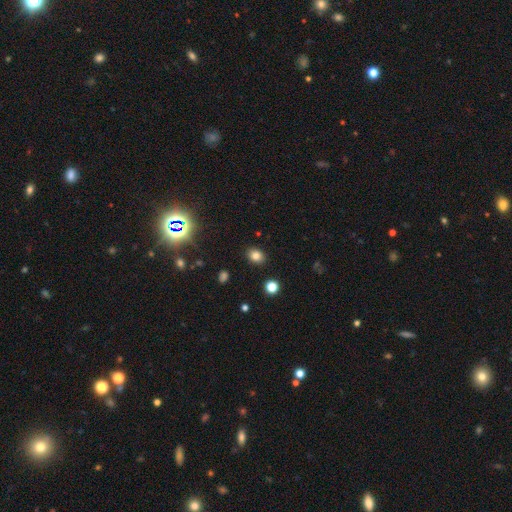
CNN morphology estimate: Smooth or featured: smooth — 80% (star or artifact — 14%)
How rounded: in between — 57% (round — 42%)
Merging: none — 88% (minor disturbance — 8%)